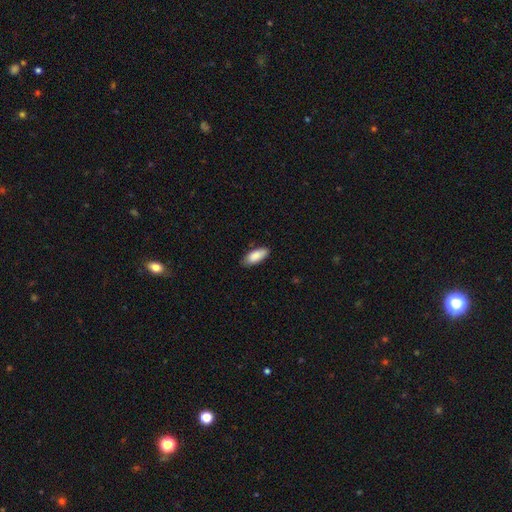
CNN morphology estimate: This is clearly a smooth galaxy (87%). How rounded: clearly in between (81%). Merging: clearly none (81%).